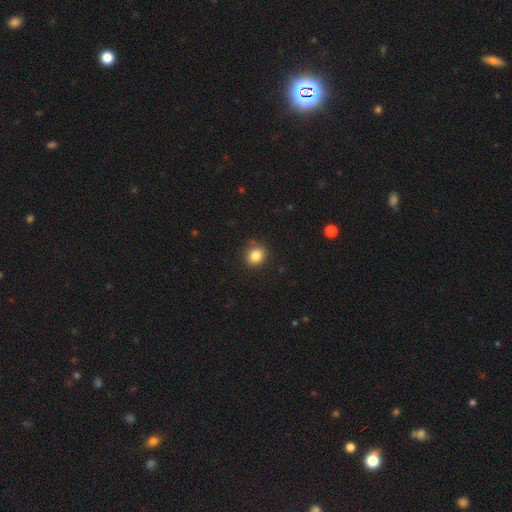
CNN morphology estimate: This appears to be a smooth galaxy with no disk features (83%) that is round (81%). Merging: none (85%).